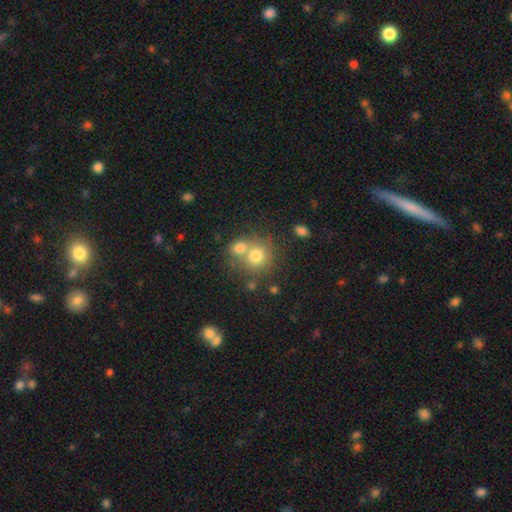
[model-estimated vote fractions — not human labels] A smooth galaxy with no disk features (73%) that is round (81%).

Vote fractions:
- Smooth or featured? smooth: 73% / featured or disk: 16% / star or artifact: 11%
- How rounded? round: 81% / in between: 18% / cigar-shaped: 1%
- Merging? merger: 49% / none: 39% / minor disturbance: 8% / major disturbance: 4%